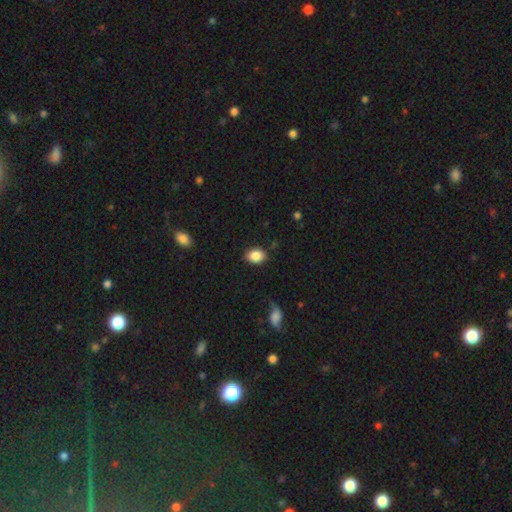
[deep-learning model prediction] A smooth galaxy with no disk features (86%) that is in between round and cigar-shaped (70%).

Vote fractions:
- Smooth or featured? smooth: 86% / star or artifact: 8% / featured or disk: 6%
- How rounded? in between: 70% / round: 29% / cigar-shaped: 1%
- Merging? none: 82% / minor disturbance: 13% / major disturbance: 3% / merger: 2%